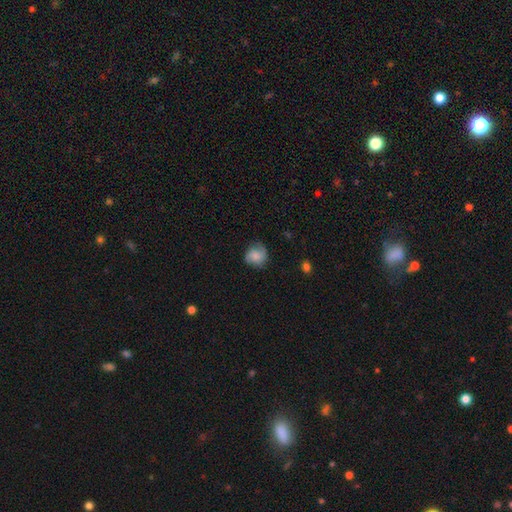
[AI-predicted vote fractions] Smooth or featured: smooth — 63% (featured or disk — 29%)
How rounded: round — 79% (in between — 20%)
Merging: none — 69% (minor disturbance — 22%)